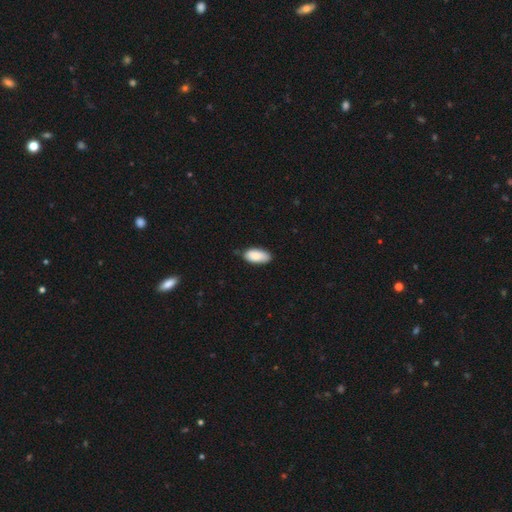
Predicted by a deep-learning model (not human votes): smooth_or_featured: smooth (p=0.86) [alt: featured or disk p=0.08]
how_rounded: in between (p=0.92) [alt: cigar-shaped p=0.06]
merging: none (p=0.73) [alt: minor disturbance p=0.23]